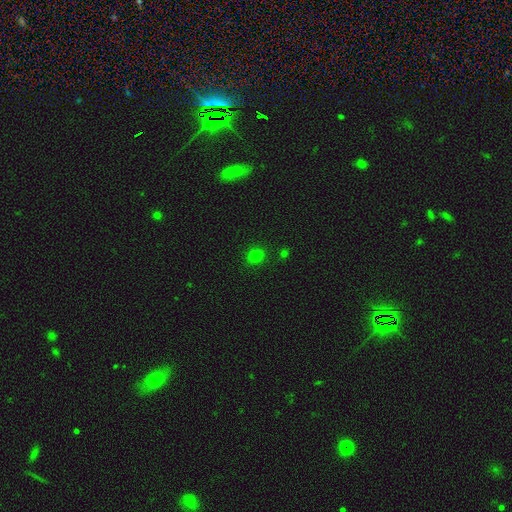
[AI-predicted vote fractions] smooth-or-featured: smooth: 77% | star or artifact: 18% | featured or disk: 6%
  how-rounded: round: 73% | in between: 26% | cigar-shaped: 1%
  merging: none: 90% | minor disturbance: 7% | major disturbance: 2% | merger: 2%